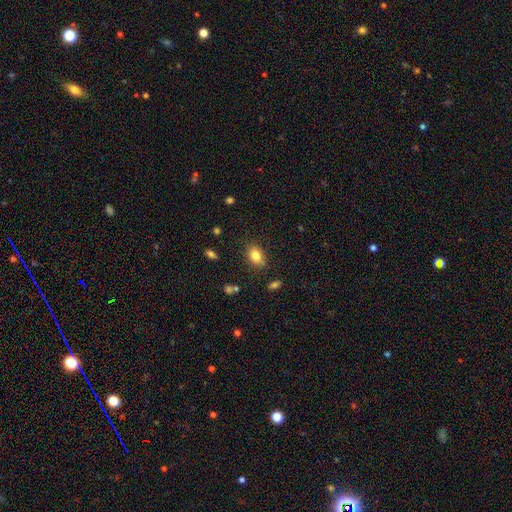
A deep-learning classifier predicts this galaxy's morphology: type=smooth (81%); roundness=in between (77%); merging=none (80%).